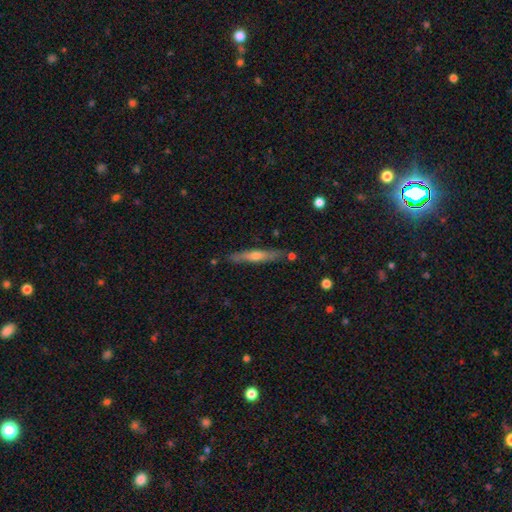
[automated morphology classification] smooth_or_featured: featured or disk (p=0.61) [alt: smooth p=0.32]
disk_edge_on: yes (p=0.93) [alt: no p=0.07]
edge_on_bulge: rounded (p=0.78) [alt: none p=0.17]
merging: none (p=0.85) [alt: minor disturbance p=0.11]